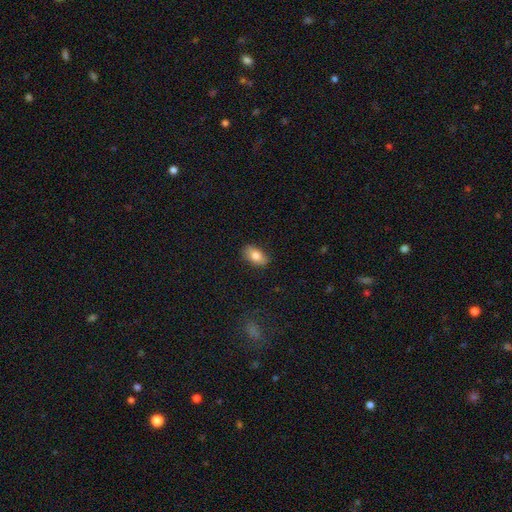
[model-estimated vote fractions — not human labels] Smooth or featured? Predicted: smooth (p=0.79). How rounded? Predicted: in between (p=0.89). Merging? Predicted: none (p=0.85).